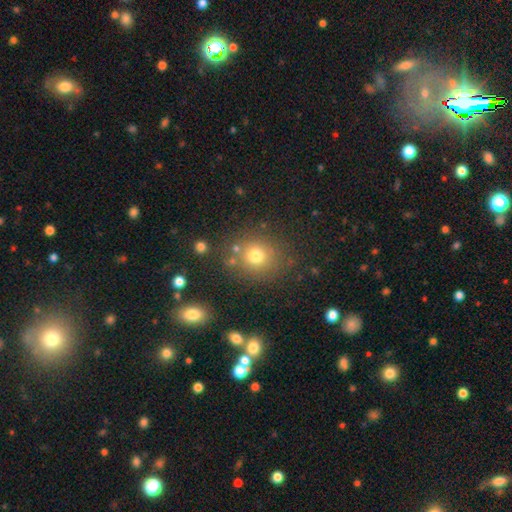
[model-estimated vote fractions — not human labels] smooth 74%, star or artifact 16%, featured or disk 10%. Down the decision tree: how rounded — round (84%); merging — none (78%).